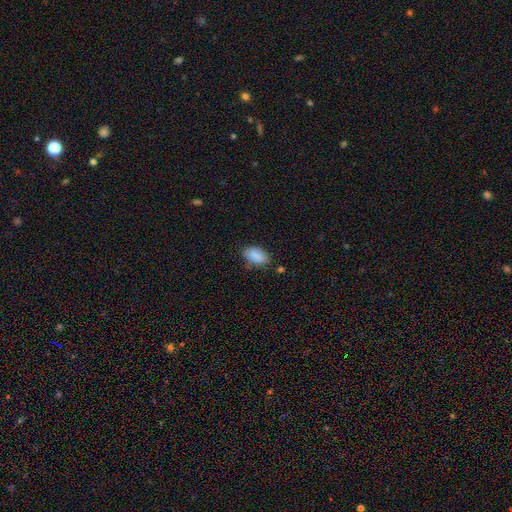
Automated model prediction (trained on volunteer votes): Morphology: type=smooth (88%); roundness=in between (92%); merging=none (74%).